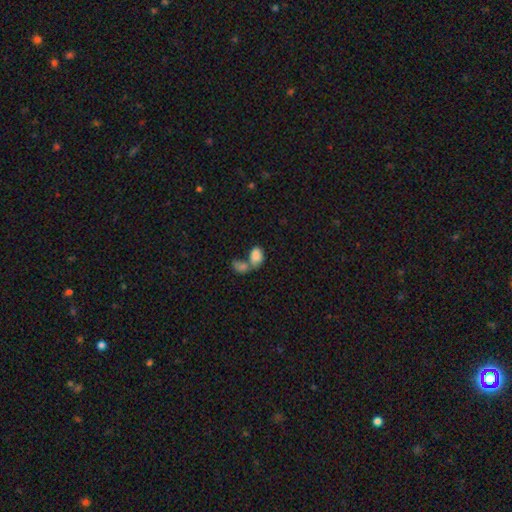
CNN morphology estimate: Smooth or featured? Predicted: smooth (p=0.82). How rounded? Predicted: in between (p=0.85). Merging? Predicted: merger (p=0.65).